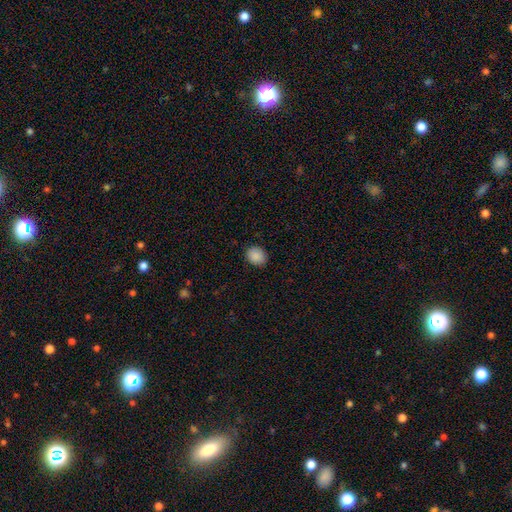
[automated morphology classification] Smooth or featured?
  - smooth: 88% *
  - star or artifact: 8%
  - featured or disk: 3%
How rounded?
  - round: 60% *
  - in between: 39%
  - cigar-shaped: 1%
Merging?
  - none: 88% *
  - minor disturbance: 9%
  - major disturbance: 2%
  - merger: 1%